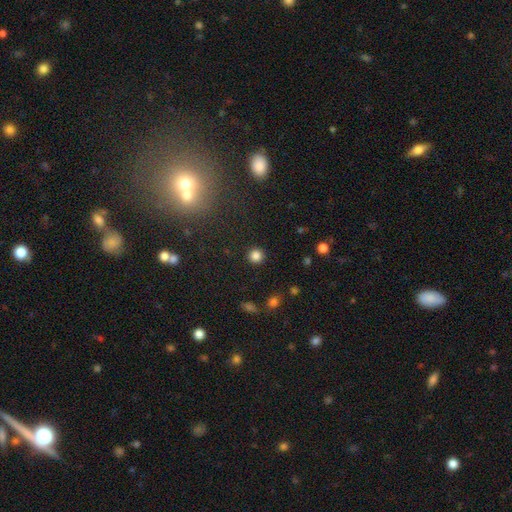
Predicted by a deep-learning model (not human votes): smooth-or-featured: smooth: 84% | star or artifact: 12% | featured or disk: 4%
  how-rounded: round: 94% | in between: 5% | cigar-shaped: 1%
  merging: none: 91% | minor disturbance: 5% | major disturbance: 2% | merger: 1%